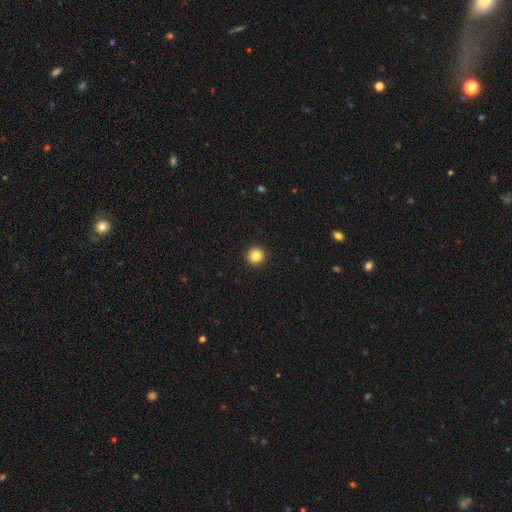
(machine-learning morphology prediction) A smooth galaxy with no disk features (84%) that is round (96%). Merging: none (94%).